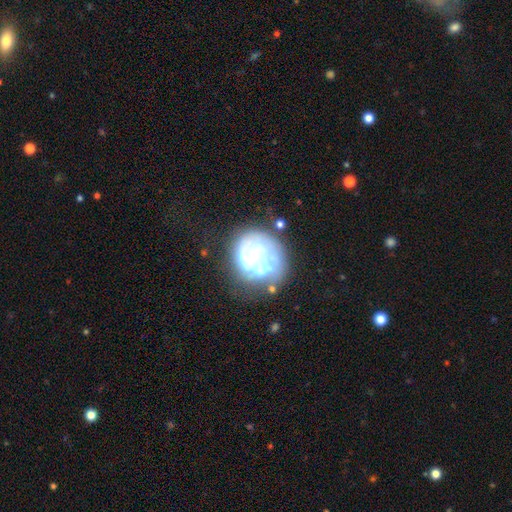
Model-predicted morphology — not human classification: The model was most divided on "bulge size": none: 35%, moderate: 29%, small: 22%, large: 10%, dominant: 4%. Remaining: edge-on disk — no (98%); bar — no (78%); spiral arms — no (72%); smooth or featured — featured or disk (64%); merging — none (44%).